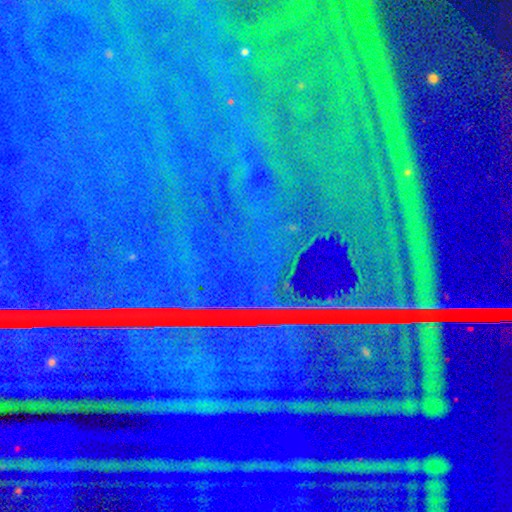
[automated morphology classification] The model was most divided on "smooth or featured": star or artifact: 88%, featured or disk: 7%, smooth: 5%.